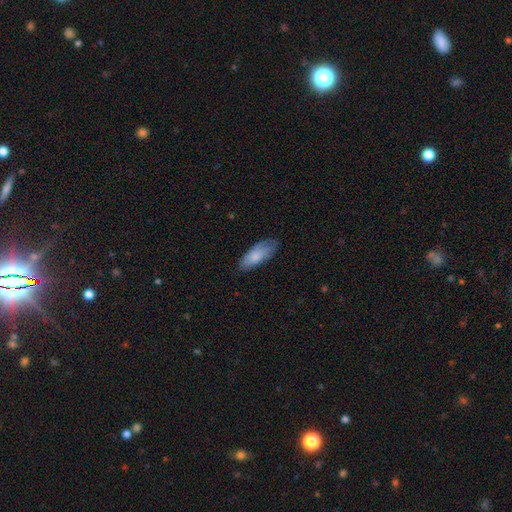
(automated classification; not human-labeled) smooth_or_featured: smooth (p=0.77) [alt: featured or disk p=0.17]
how_rounded: in between (p=0.80) [alt: cigar-shaped p=0.18]
merging: none (p=0.67) [alt: minor disturbance p=0.26]